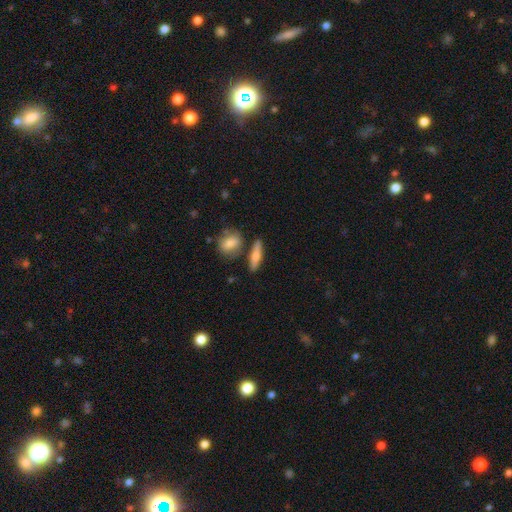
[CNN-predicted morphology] Overall: smooth (62%; featured or disk 32%). How rounded: cigar-shaped (68%). Merging: none (75%).